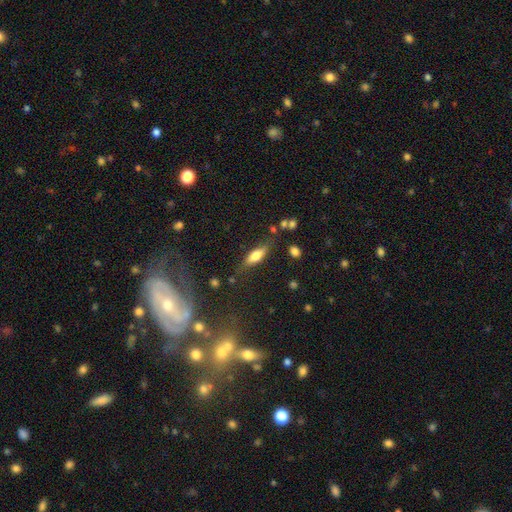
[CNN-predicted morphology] type=smooth (69%); roundness=in between (63%); merging=none (74%).